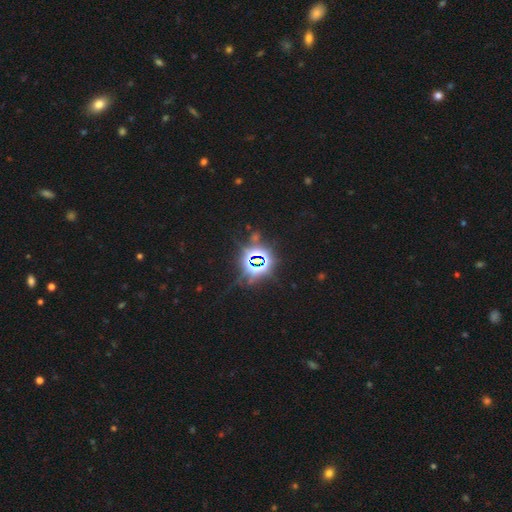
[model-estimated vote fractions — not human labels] Overall: star or artifact (83%).